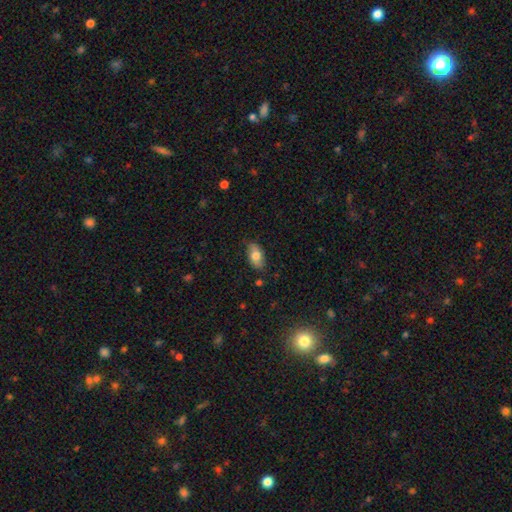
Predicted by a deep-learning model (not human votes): Overall: smooth (72%). How rounded: in between (92%). Merging: none (80%).